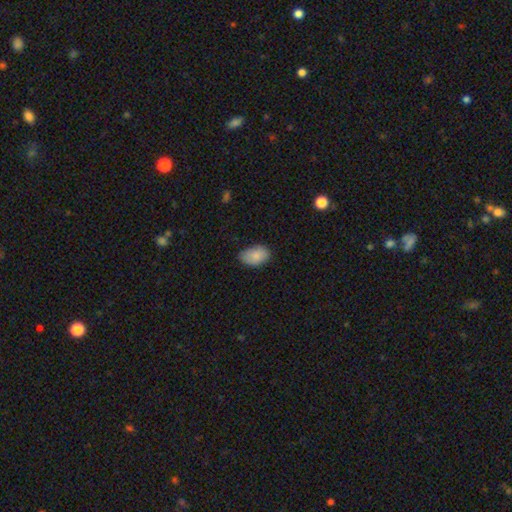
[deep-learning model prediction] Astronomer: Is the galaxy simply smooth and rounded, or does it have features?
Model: smooth — 86%.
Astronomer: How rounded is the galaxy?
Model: in between — 91%.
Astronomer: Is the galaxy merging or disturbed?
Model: none — 75%.